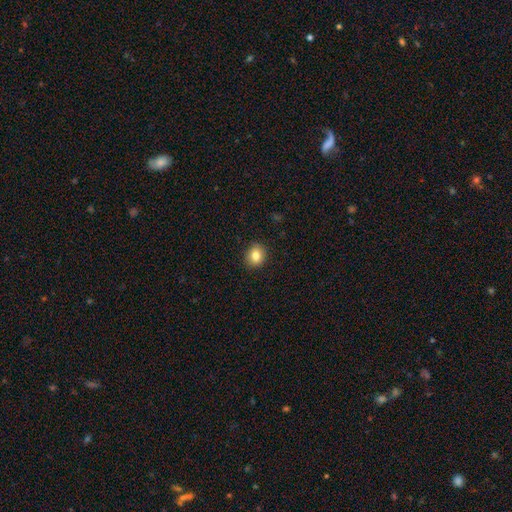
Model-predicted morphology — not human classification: This is clearly a smooth galaxy (82%). How rounded: likely round (69%). Merging: clearly none (90%).